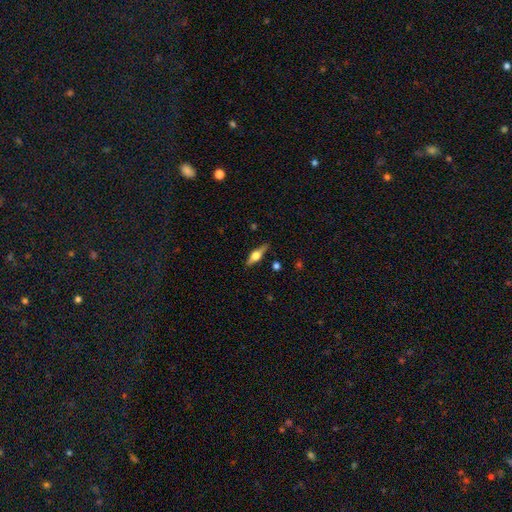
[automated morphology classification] This appears to be a featured or disk galaxy (62%) viewed edge-on (95%) with a rounded central bulge (92%). Merging: none (85%).